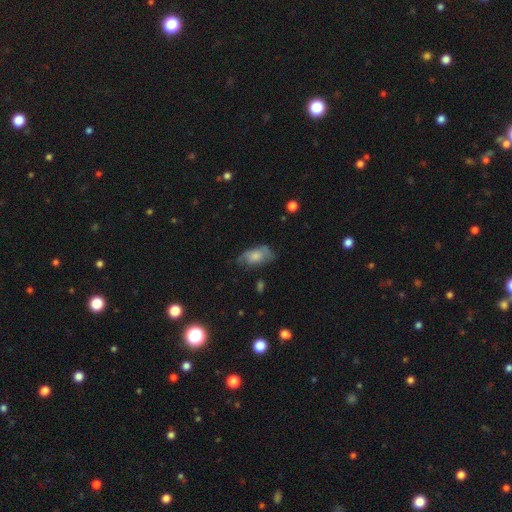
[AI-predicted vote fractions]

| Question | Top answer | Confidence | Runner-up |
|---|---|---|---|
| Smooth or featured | smooth | 61% | featured or disk (31%) |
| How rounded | in between | 91% | round (6%) |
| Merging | none | 52% | minor disturbance (32%) |